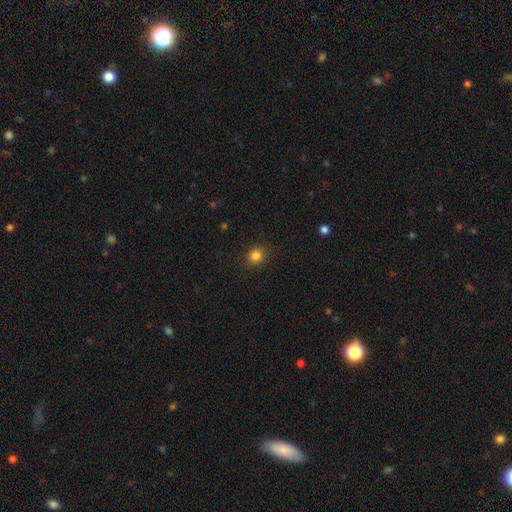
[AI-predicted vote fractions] Smooth or featured? smooth (84%)
How rounded? round (84%)
Merging? none (89%)